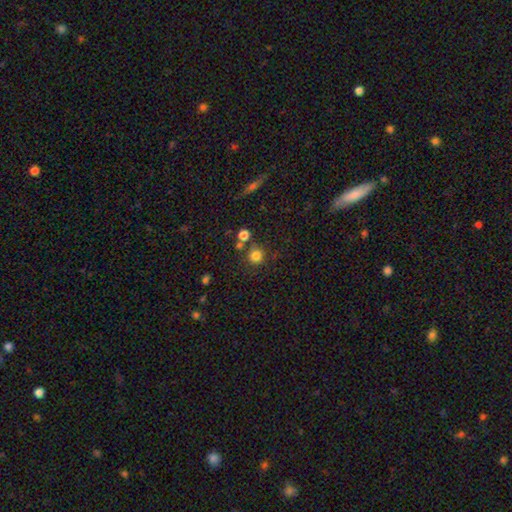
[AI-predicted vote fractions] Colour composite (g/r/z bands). It shows a smooth galaxy with no disk features (80%) that is round (92%). Merging: none (75%).